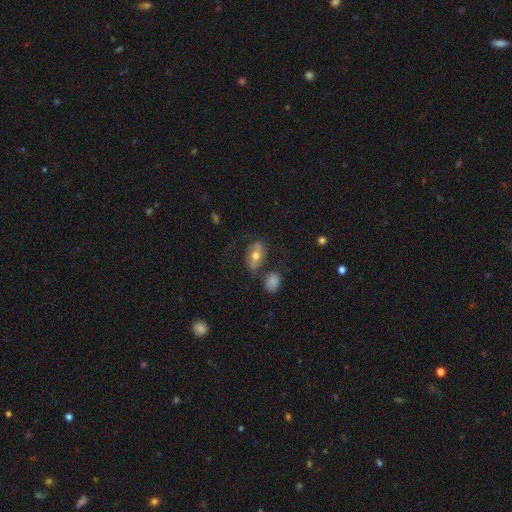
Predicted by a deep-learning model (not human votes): This is marginally a smooth galaxy (44%). Merging: possibly none (51%).